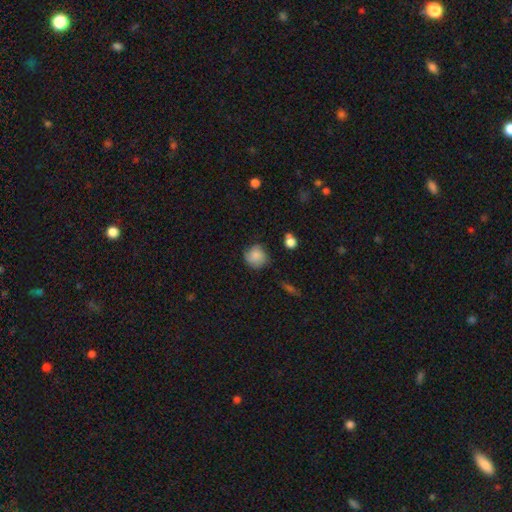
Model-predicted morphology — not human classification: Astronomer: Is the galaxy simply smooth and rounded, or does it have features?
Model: smooth — 80%.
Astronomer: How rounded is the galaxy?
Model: round — 85%.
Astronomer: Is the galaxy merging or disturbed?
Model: none — 68%.